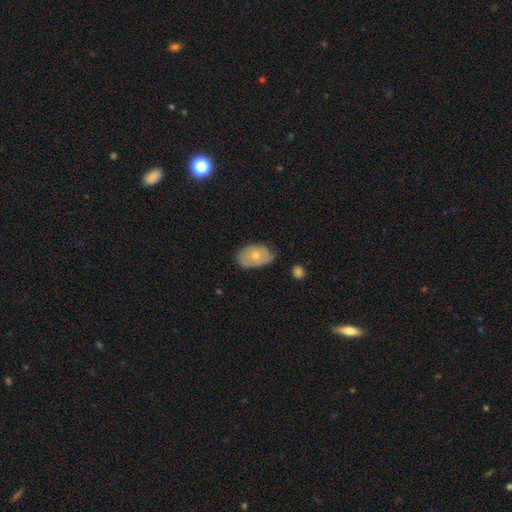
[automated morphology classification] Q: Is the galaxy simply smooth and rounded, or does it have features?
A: smooth — 64%.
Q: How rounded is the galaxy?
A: in between — 86%.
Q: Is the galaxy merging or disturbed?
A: none — 56%.